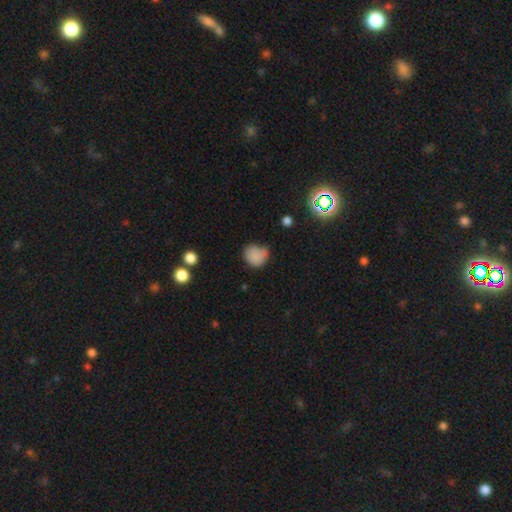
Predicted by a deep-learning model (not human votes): smooth_or_featured: smooth (p=0.80) [alt: star or artifact p=0.11]
how_rounded: round (p=0.76) [alt: in between p=0.23]
merging: none (p=0.48) [alt: minor disturbance p=0.34]